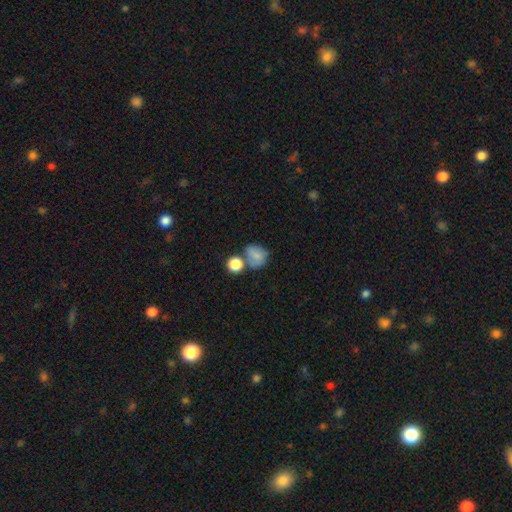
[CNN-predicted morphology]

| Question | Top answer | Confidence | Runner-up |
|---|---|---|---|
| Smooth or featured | smooth | 78% | featured or disk (12%) |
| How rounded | round | 64% | in between (35%) |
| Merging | none | 43% | merger (29%) |